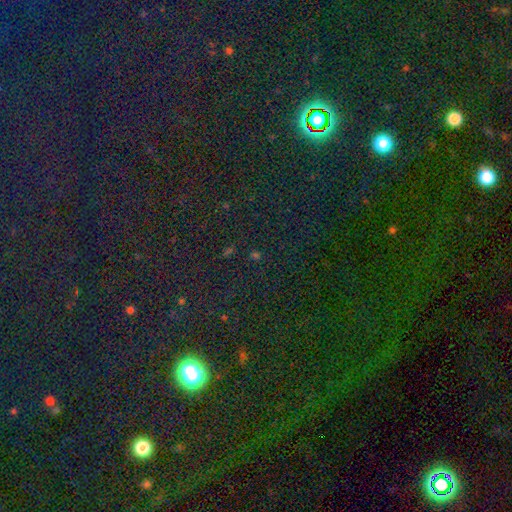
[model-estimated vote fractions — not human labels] Smooth or featured?
  - star or artifact: 69% *
  - smooth: 23%
  - featured or disk: 8%